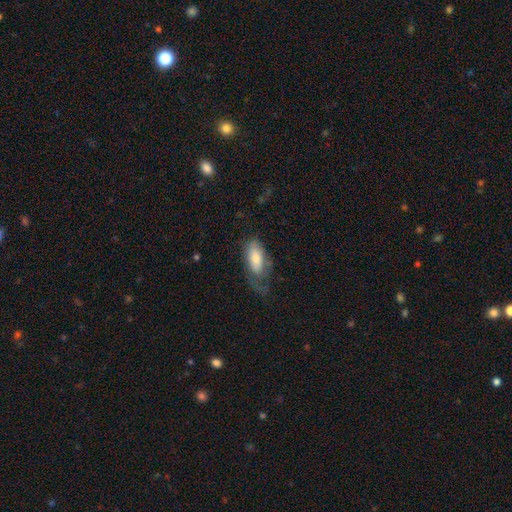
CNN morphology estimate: Smooth or featured? smooth (63%)
How rounded? in between (83%)
Merging? none (38%)